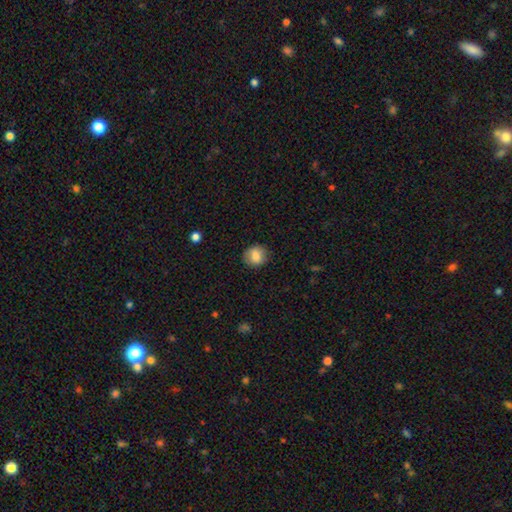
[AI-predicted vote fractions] A smooth galaxy with no disk features (80%) that is round (74%). Merging: none (83%).